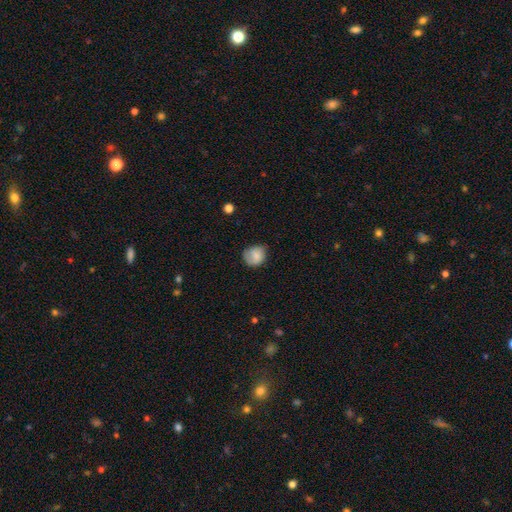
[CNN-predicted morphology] Smooth or featured? Predicted: smooth (p=0.75). How rounded? Predicted: round (p=0.73). Merging? Predicted: none (p=0.59).